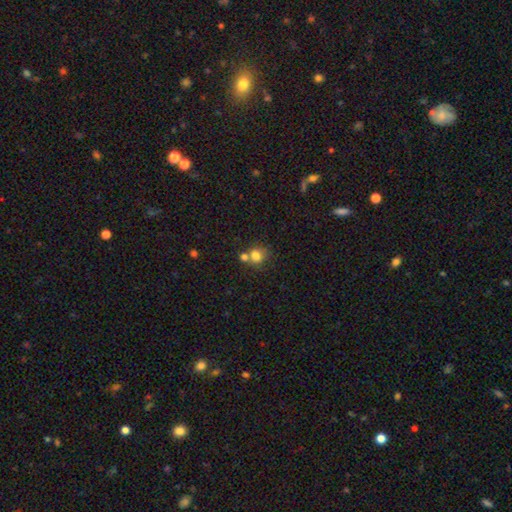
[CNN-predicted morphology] smooth 78%, star or artifact 12%, featured or disk 10%. Down the decision tree: how rounded — round (77%); merging — none (47%).